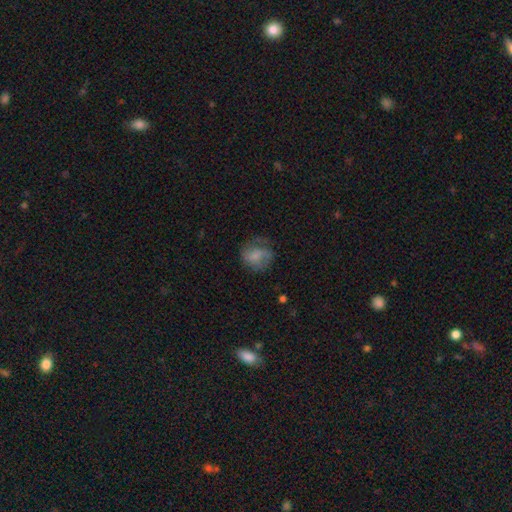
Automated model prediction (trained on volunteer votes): Smooth or featured? smooth (58%)
How rounded? round (69%)
Merging? none (53%)